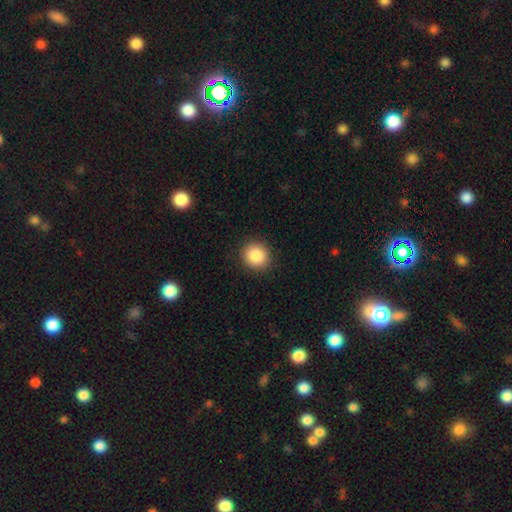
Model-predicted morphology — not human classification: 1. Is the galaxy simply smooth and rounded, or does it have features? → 86% smooth, 9% star or artifact, 5% featured or disk.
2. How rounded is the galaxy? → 89% round, 10% in between, 1% cigar-shaped.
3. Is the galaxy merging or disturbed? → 91% none, 6% minor disturbance, 2% major disturbance, 1% merger.